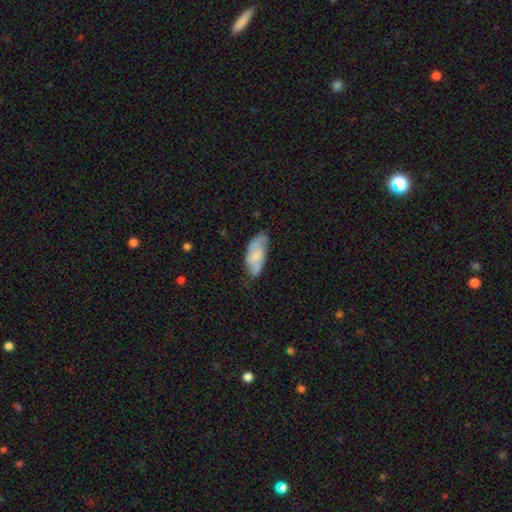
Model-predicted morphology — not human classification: Overall: smooth (54%; featured or disk 39%). How rounded: in between (84%). Merging: none (54%; minor disturbance 33%).